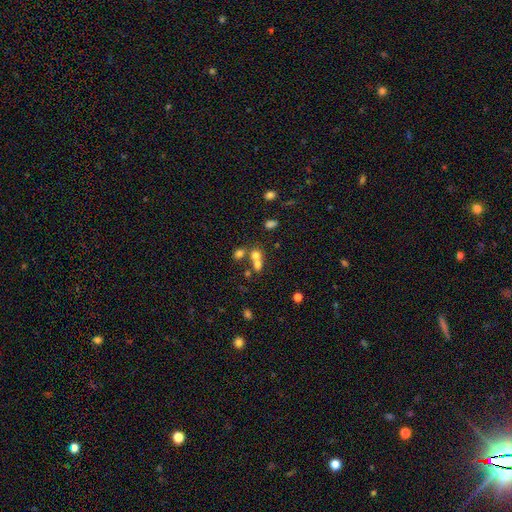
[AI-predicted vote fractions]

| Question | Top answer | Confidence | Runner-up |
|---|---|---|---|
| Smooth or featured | smooth | 65% | star or artifact (17%) |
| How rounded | round | 61% | in between (38%) |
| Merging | merger | 54% | none (34%) |